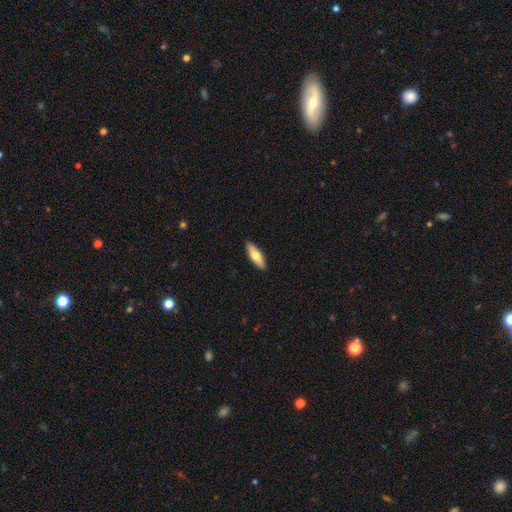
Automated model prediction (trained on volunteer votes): smooth-or-featured: smooth: 69% | featured or disk: 26% | star or artifact: 5%
  how-rounded: in between: 50% | cigar-shaped: 48% | round: 2%
  merging: none: 90% | minor disturbance: 7% | major disturbance: 1% | merger: 1%